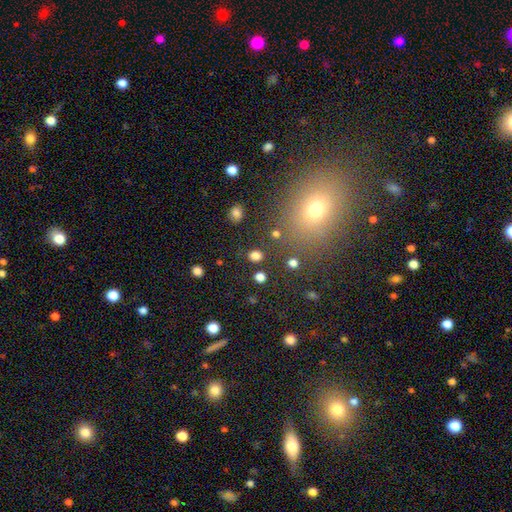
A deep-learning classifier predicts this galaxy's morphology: type=smooth (80%); roundness=round (56%); merging=none (85%).